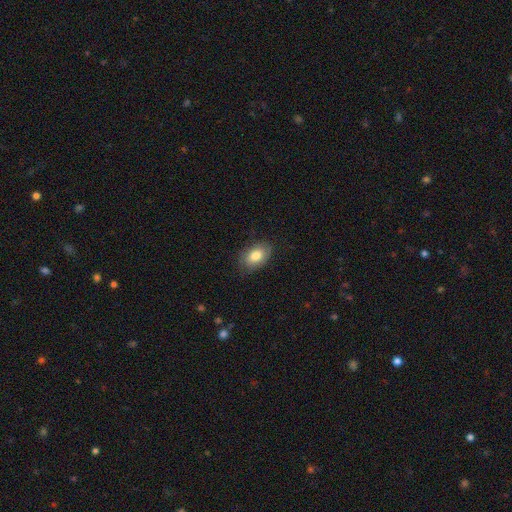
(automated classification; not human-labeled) A smooth galaxy with no disk features (76%) that is in between round and cigar-shaped (88%). Merging: none (76%).